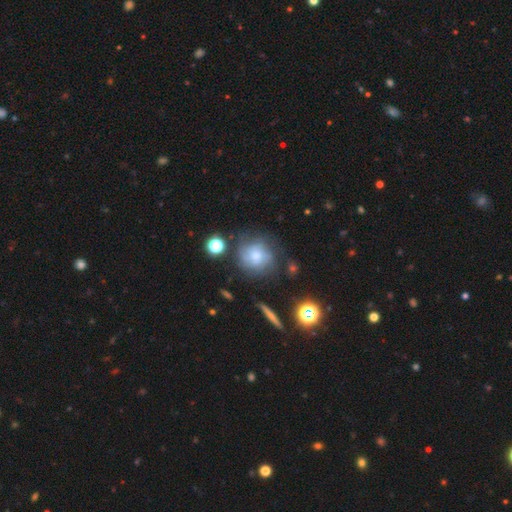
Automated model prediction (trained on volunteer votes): smooth_or_featured: featured or disk (p=0.48) [alt: smooth p=0.39]
merging: none (p=0.66) [alt: minor disturbance p=0.19]